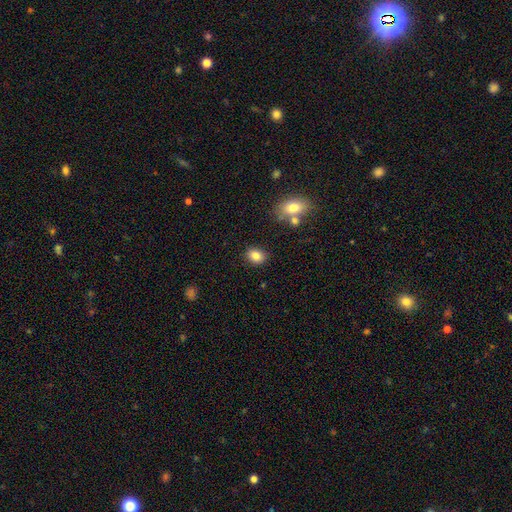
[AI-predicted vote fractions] Q: Smooth or featured?
A: smooth (84%); runner-up: star or artifact (9%)
Q: How rounded?
A: in between (57%); runner-up: round (42%)
Q: Merging?
A: none (85%); runner-up: minor disturbance (9%)